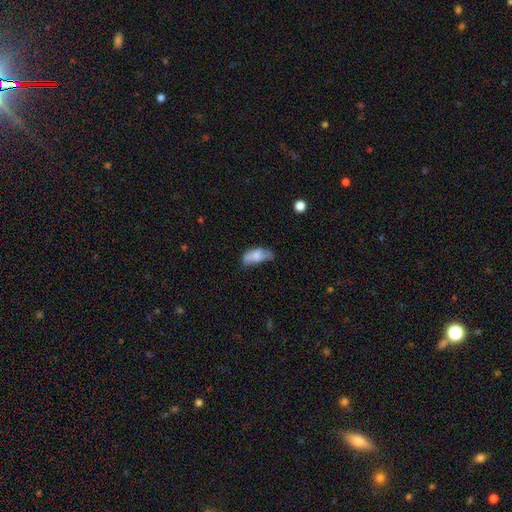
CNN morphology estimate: This appears to be a smooth galaxy with no disk features (70%) that is in between round and cigar-shaped (88%). Merging: none (37%, tied with minor disturbance).